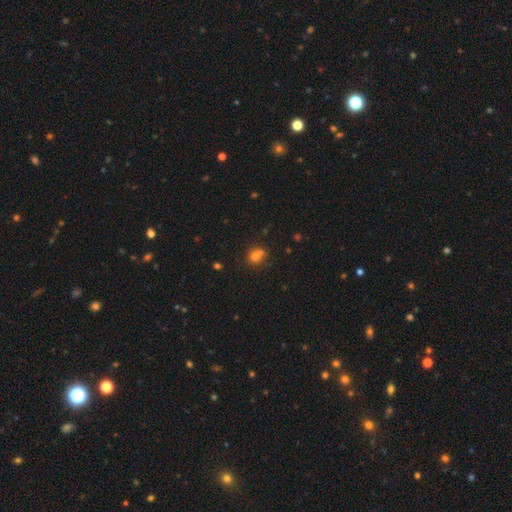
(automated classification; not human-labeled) The model was most divided on "merging": none: 45%, merger: 41%, minor disturbance: 10%, major disturbance: 4%. More confident: how rounded — round (79%); smooth or featured — smooth (72%).